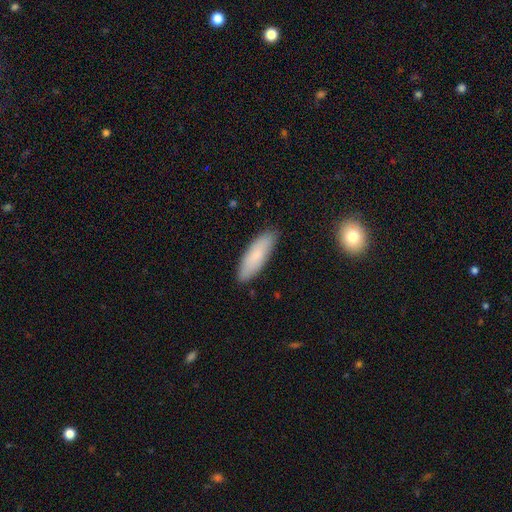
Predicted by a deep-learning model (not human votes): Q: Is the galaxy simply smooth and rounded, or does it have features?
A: smooth — 81%.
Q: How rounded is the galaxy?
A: in between — 51%.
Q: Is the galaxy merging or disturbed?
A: none — 87%.